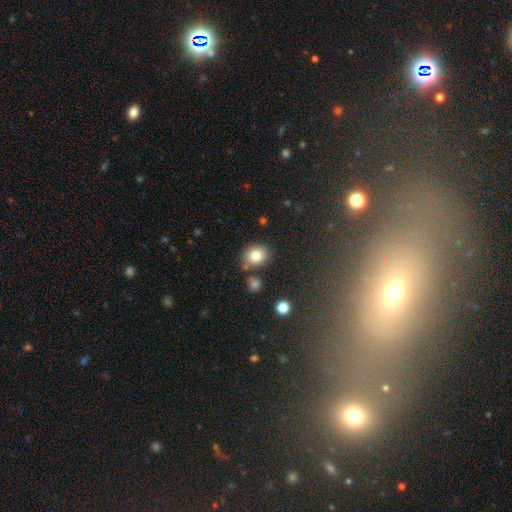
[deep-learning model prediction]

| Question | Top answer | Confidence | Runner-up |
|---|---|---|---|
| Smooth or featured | smooth | 83% | star or artifact (10%) |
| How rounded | round | 63% | in between (36%) |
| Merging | none | 74% | minor disturbance (12%) |